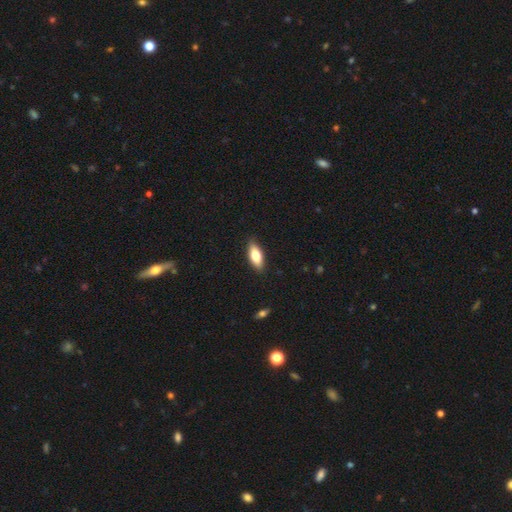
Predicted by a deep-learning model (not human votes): Smooth or featured? Predicted: smooth (p=0.75). How rounded? Predicted: in between (p=0.75). Merging? Predicted: none (p=0.88).